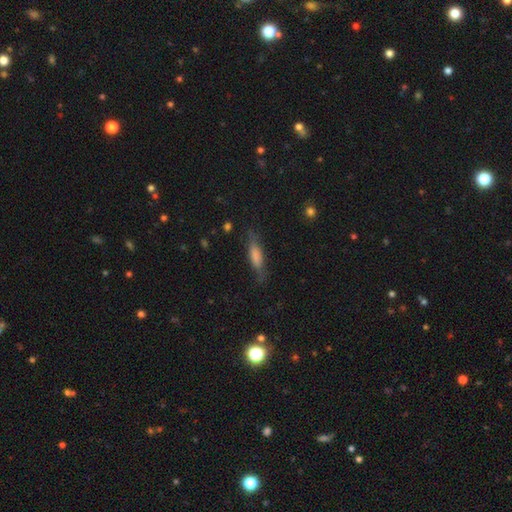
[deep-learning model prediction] A smooth galaxy with no disk features (68%) that is cigar-shaped (55%).

Vote fractions:
- Smooth or featured? smooth: 68% / featured or disk: 25% / star or artifact: 8%
- How rounded? cigar-shaped: 55% / in between: 43% / round: 2%
- Merging? none: 68% / minor disturbance: 22% / major disturbance: 8% / merger: 2%